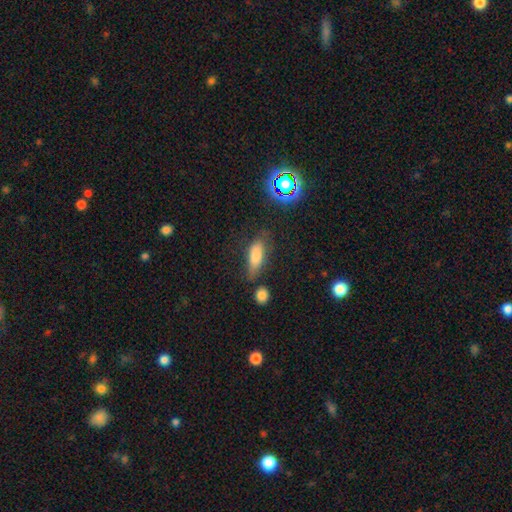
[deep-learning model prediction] A smooth galaxy with no disk features (68%) that is in between round and cigar-shaped (61%). Merging: none (63%).